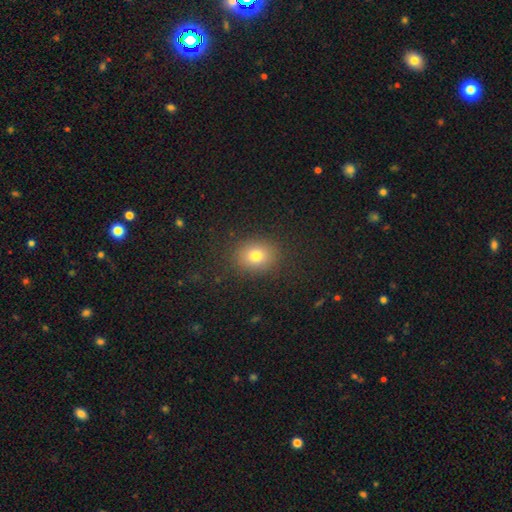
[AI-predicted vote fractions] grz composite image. It shows a smooth galaxy with no disk features (78%) that is round (54%). Merging: none (87%).